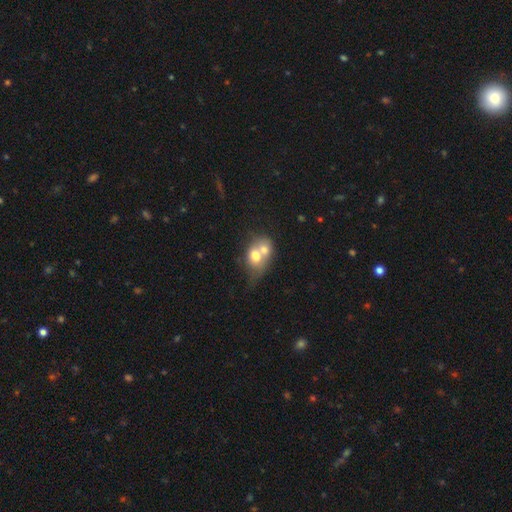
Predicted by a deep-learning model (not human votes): Smooth or featured?
  - smooth: 64% *
  - featured or disk: 28%
  - star or artifact: 8%
How rounded?
  - in between: 55% *
  - round: 43%
  - cigar-shaped: 1%
Merging?
  - merger: 74% *
  - none: 14%
  - minor disturbance: 7%
  - major disturbance: 6%